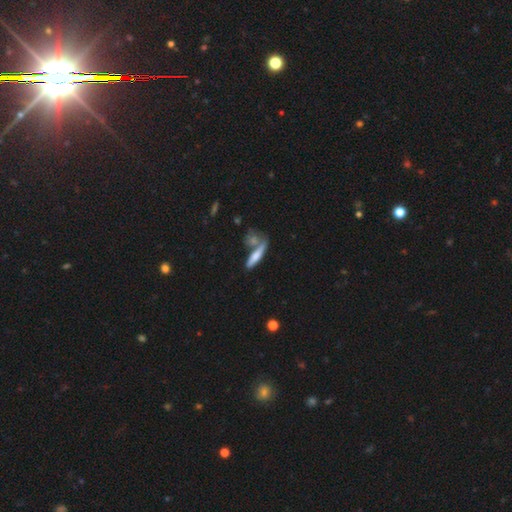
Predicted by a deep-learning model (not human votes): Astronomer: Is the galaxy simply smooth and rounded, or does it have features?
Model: smooth — 64%.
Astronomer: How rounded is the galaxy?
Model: cigar-shaped — 76%.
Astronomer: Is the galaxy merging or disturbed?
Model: none — 58%.